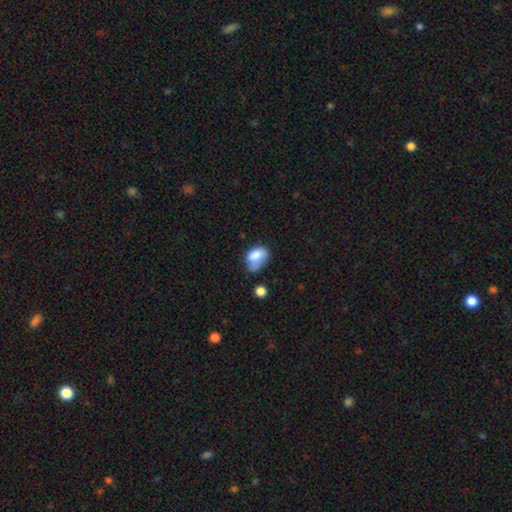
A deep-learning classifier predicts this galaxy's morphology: The model was most divided on "merging": minor disturbance: 39%, none: 31%, major disturbance: 19%, merger: 11%. More confident: how rounded — in between (82%); smooth or featured — smooth (78%).